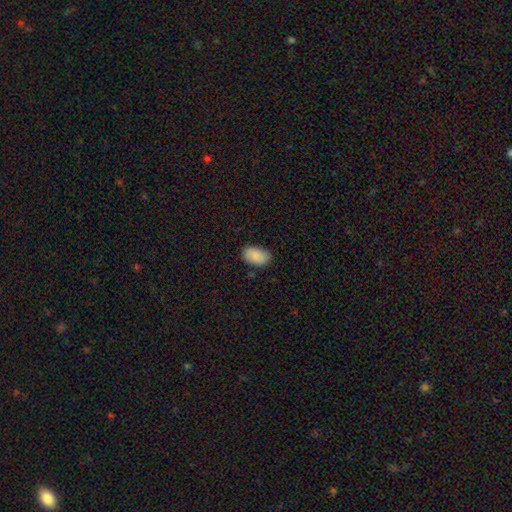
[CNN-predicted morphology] Smooth or featured?
  - smooth: 89% *
  - star or artifact: 7%
  - featured or disk: 4%
How rounded?
  - in between: 93% *
  - round: 6%
  - cigar-shaped: 1%
Merging?
  - none: 83% *
  - minor disturbance: 13%
  - major disturbance: 3%
  - merger: 1%